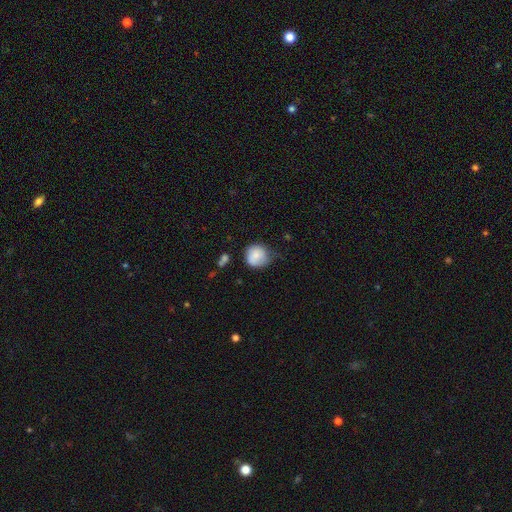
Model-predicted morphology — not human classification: The model was most divided on "merging": none: 51%, minor disturbance: 35%, major disturbance: 10%, merger: 4%. More confident: how rounded — round (87%); smooth or featured — smooth (82%).